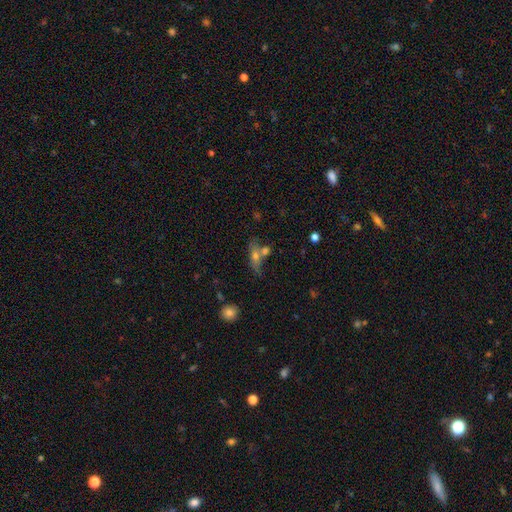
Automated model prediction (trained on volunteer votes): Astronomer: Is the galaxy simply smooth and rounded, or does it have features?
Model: smooth — 50% (runner-up: featured or disk, 37%).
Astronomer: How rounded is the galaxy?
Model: in between — 52% (runner-up: cigar-shaped, 38%).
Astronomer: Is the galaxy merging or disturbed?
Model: none — 48% (runner-up: merger, 29%).